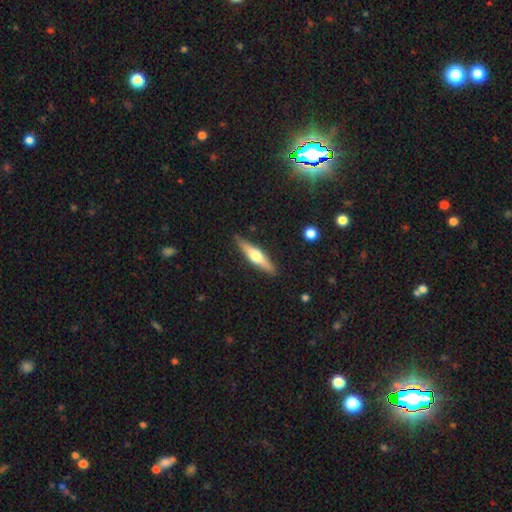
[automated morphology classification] Smooth or featured? Predicted: featured or disk (p=0.57). Edge-on disk? Predicted: yes (p=0.95). Edge-on bulge? Predicted: rounded (p=0.92). Merging? Predicted: none (p=0.88).